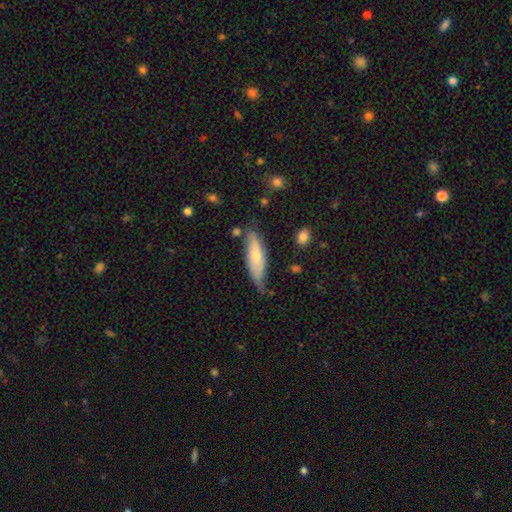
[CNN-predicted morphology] A smooth galaxy with no disk features (59%) that is cigar-shaped (51%). Merging: none (53%).